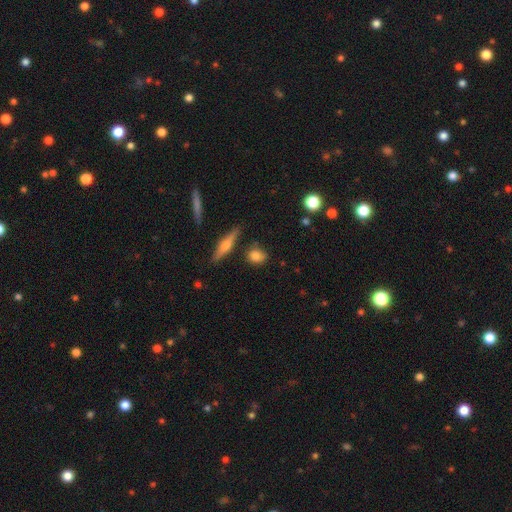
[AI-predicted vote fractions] Q: Smooth or featured?
A: smooth (77%); runner-up: featured or disk (15%)
Q: How rounded?
A: round (59%); runner-up: in between (35%)
Q: Merging?
A: none (78%); runner-up: minor disturbance (14%)